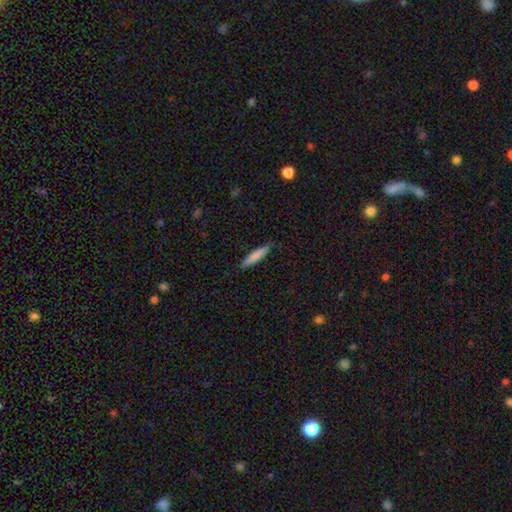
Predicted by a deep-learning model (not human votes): smooth-or-featured: smooth: 79% | featured or disk: 15% | star or artifact: 6%
  how-rounded: cigar-shaped: 89% | in between: 10% | round: 1%
  merging: none: 86% | minor disturbance: 11% | major disturbance: 2% | merger: 1%